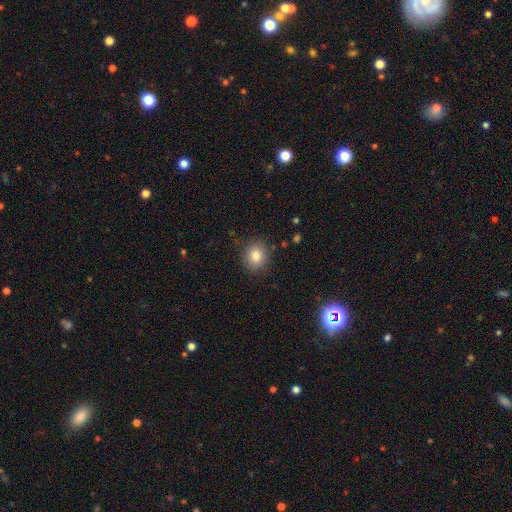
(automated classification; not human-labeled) A smooth galaxy with no disk features (84%) that is round (75%). Merging: none (86%).